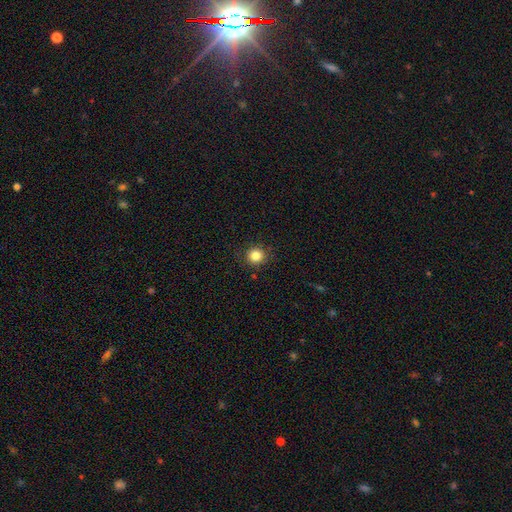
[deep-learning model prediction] The model was most divided on "smooth or featured": smooth: 84%, star or artifact: 11%, featured or disk: 5%. More confident: how rounded — round (92%); merging — none (89%).